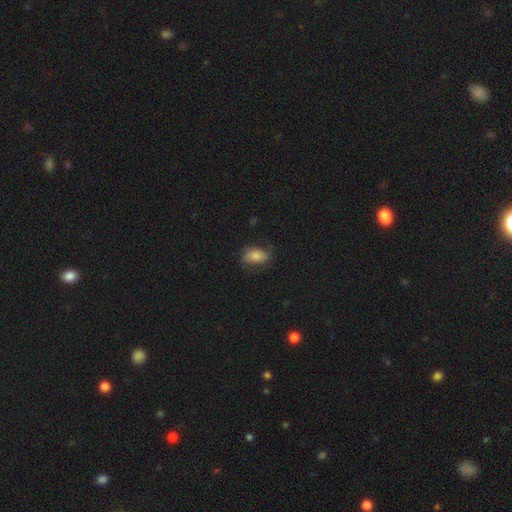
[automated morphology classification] A smooth galaxy with no disk features (71%) that is in between round and cigar-shaped (88%).

Vote fractions:
- Smooth or featured? smooth: 71% / featured or disk: 21% / star or artifact: 9%
- How rounded? in between: 88% / round: 9% / cigar-shaped: 3%
- Merging? none: 66% / minor disturbance: 24% / major disturbance: 9% / merger: 1%